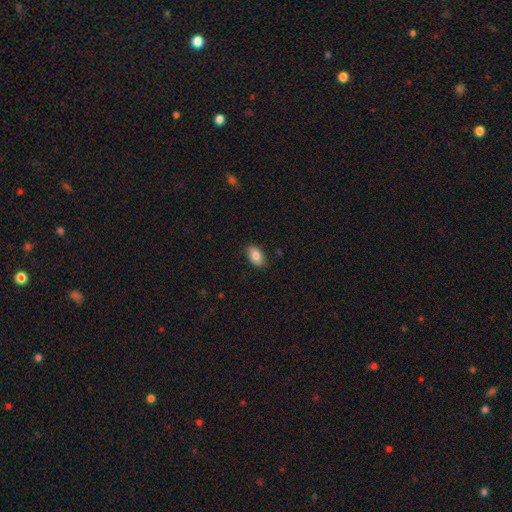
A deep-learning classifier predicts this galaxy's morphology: Smooth or featured? smooth (83%)
How rounded? in between (91%)
Merging? none (87%)